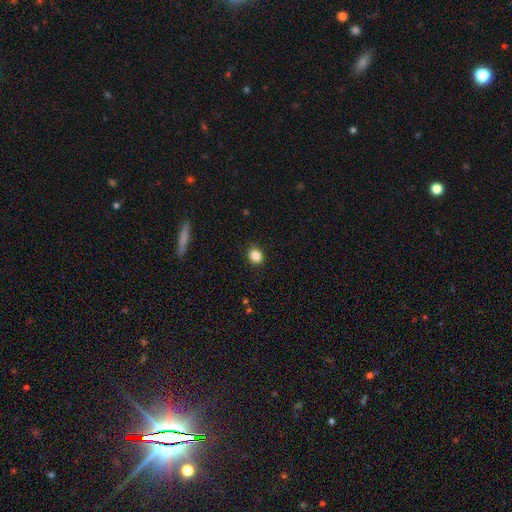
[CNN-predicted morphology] smooth_or_featured: smooth (p=0.85) [alt: star or artifact p=0.10]
how_rounded: round (p=0.64) [alt: in between p=0.35]
merging: none (p=0.90) [alt: minor disturbance p=0.07]